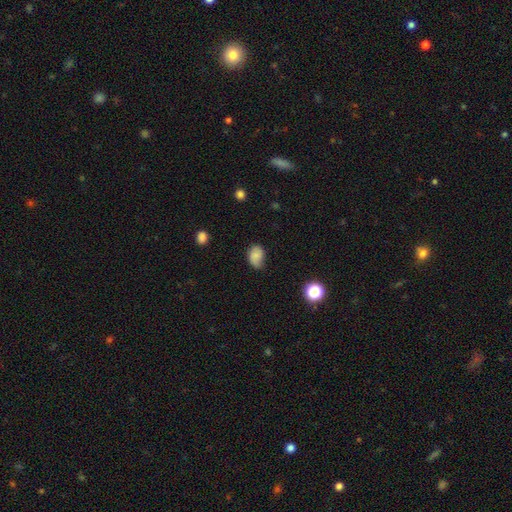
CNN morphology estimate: A smooth galaxy with no disk features (76%) that is in between round and cigar-shaped (77%).

Vote fractions:
- Smooth or featured? smooth: 76% / featured or disk: 14% / star or artifact: 10%
- How rounded? in between: 77% / round: 21% / cigar-shaped: 1%
- Merging? none: 60% / minor disturbance: 32% / major disturbance: 7% / merger: 2%